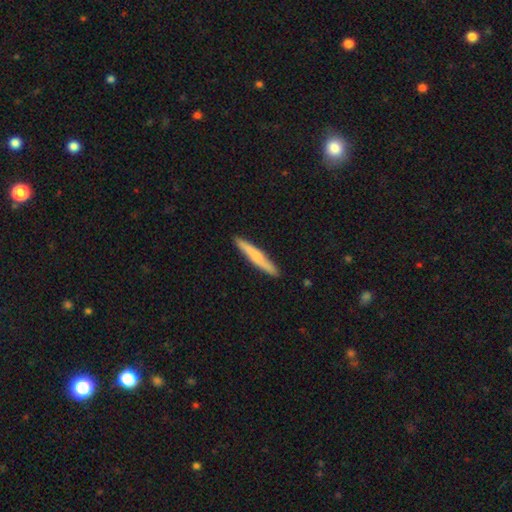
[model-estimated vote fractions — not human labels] Smooth or featured: smooth — 63% (featured or disk — 32%)
How rounded: cigar-shaped — 95% (in between — 4%)
Merging: none — 90% (minor disturbance — 7%)